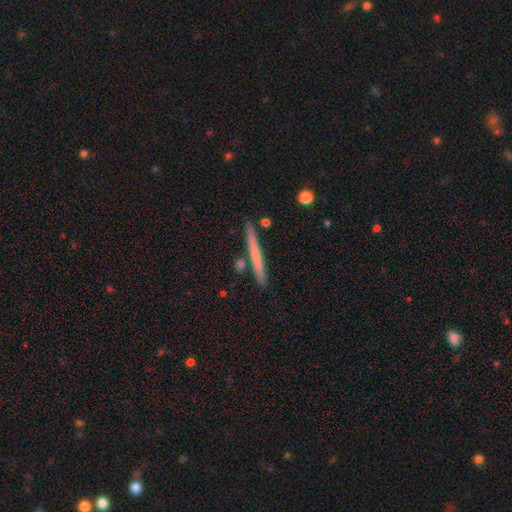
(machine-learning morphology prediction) Smooth or featured? Predicted: smooth (p=0.54). How rounded? Predicted: cigar-shaped (p=0.97). Merging? Predicted: none (p=0.87).